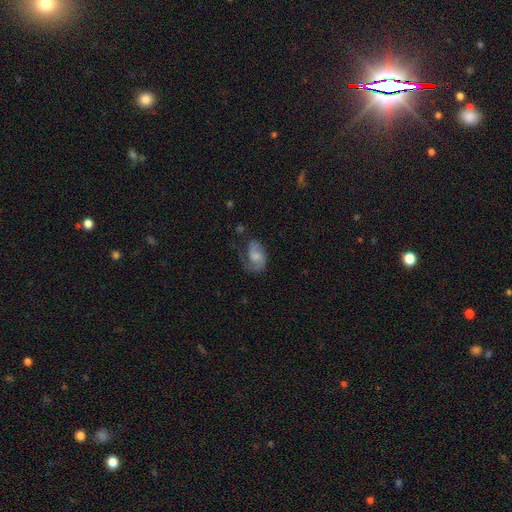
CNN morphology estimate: type=featured or disk (61%); edge-on=no (97%); bar=no (61%); spiral arms=yes (89%); winding=medium (44%); arm count=2 (61%); bulge=moderate (35%); merging=none (45%).